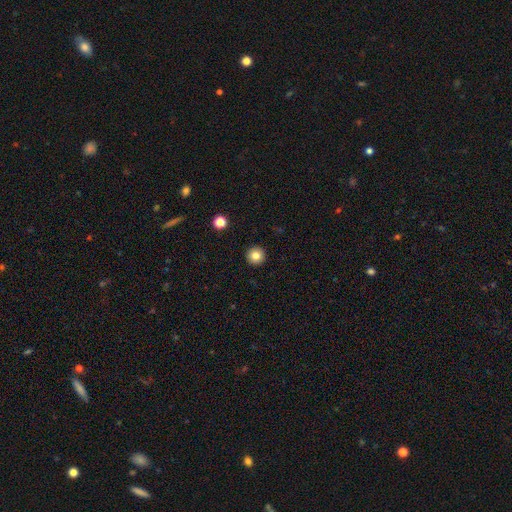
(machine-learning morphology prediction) smooth 82%, star or artifact 11%, featured or disk 7%. Down the decision tree: how rounded — round (96%); merging — none (93%).